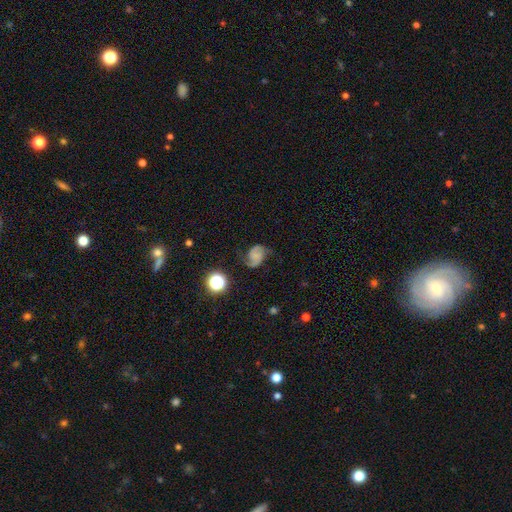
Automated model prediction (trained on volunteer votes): Q: Smooth or featured?
A: featured or disk (71%); runner-up: smooth (19%)
Q: Edge-on disk?
A: no (98%); runner-up: yes (2%)
Q: Bar?
A: no (60%); runner-up: weak (31%)
Q: Spiral arms?
A: yes (95%); runner-up: no (5%)
Q: Spiral winding?
A: medium (49%); runner-up: loose (30%)
Q: Spiral arm count?
A: 2 (89%); runner-up: 1 (4%)
Q: Bulge size?
A: none (49%); runner-up: small (34%)
Q: Merging?
A: none (66%); runner-up: minor disturbance (22%)